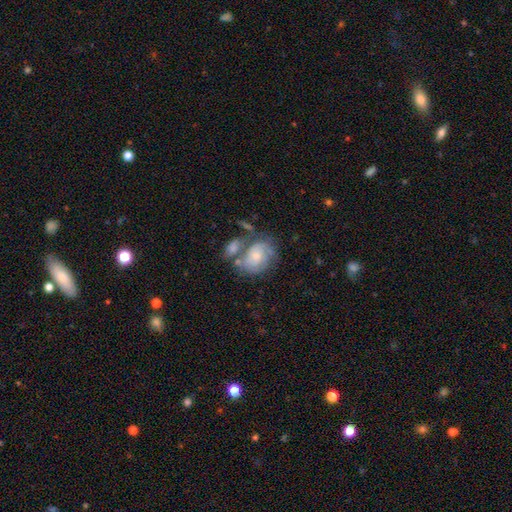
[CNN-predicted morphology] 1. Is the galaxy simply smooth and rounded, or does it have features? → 54% featured or disk, 39% smooth, 7% star or artifact.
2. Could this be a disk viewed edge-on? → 97% no, 3% yes.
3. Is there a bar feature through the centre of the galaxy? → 72% no, 24% weak, 4% strong.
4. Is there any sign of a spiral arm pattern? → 71% yes, 29% no.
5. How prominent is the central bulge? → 44% small, 42% moderate, 6% none, 6% large, 2% dominant.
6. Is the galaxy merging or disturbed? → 35% none, 28% merger, 21% minor disturbance, 16% major disturbance.